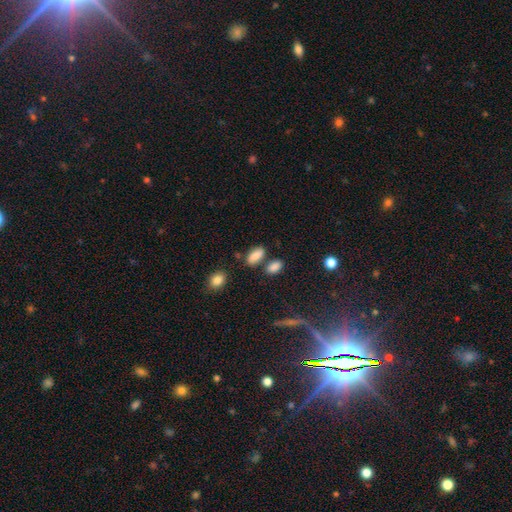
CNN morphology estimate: This appears to be a smooth galaxy with no disk features (84%) that is in between round and cigar-shaped (88%). Merging: none (66%).